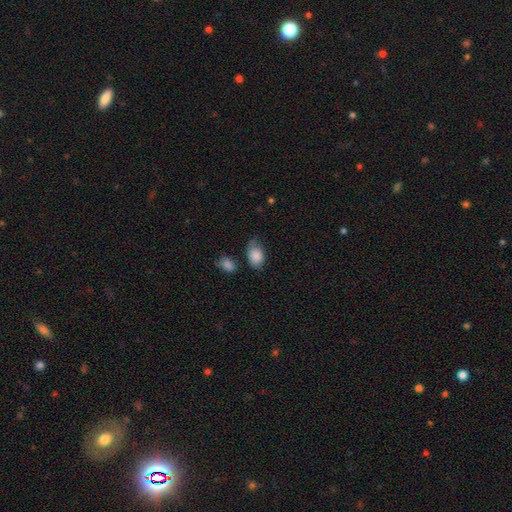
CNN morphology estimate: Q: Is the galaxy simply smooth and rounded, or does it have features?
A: smooth — 85%.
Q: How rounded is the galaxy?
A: in between — 88%.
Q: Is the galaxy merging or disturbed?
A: none — 53%.